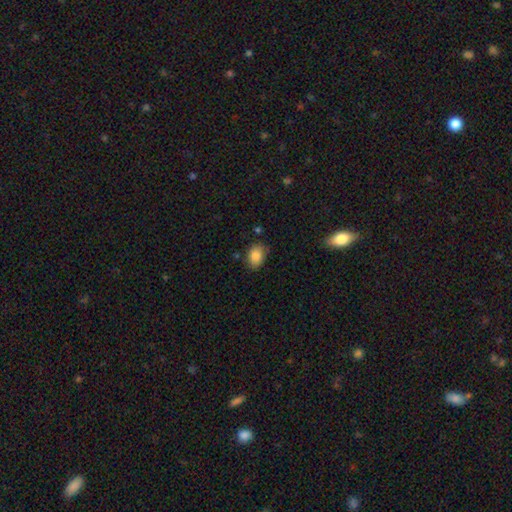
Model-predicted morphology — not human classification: Q: Smooth or featured?
A: smooth (86%); runner-up: star or artifact (8%)
Q: How rounded?
A: in between (74%); runner-up: round (25%)
Q: Merging?
A: none (71%); runner-up: minor disturbance (22%)